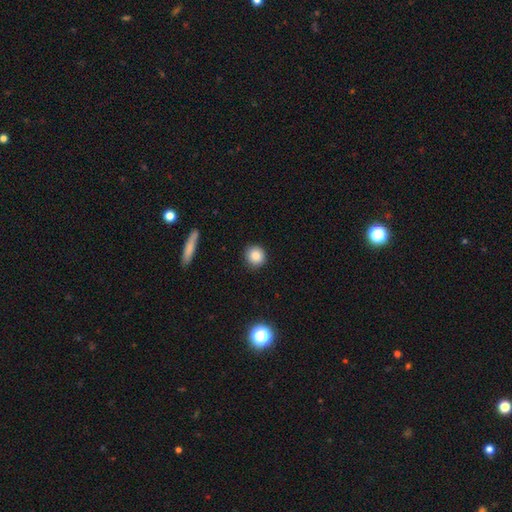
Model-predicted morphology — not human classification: smooth 86%, star or artifact 10%, featured or disk 5%. Down the decision tree: how rounded — round (90%); merging — none (90%).